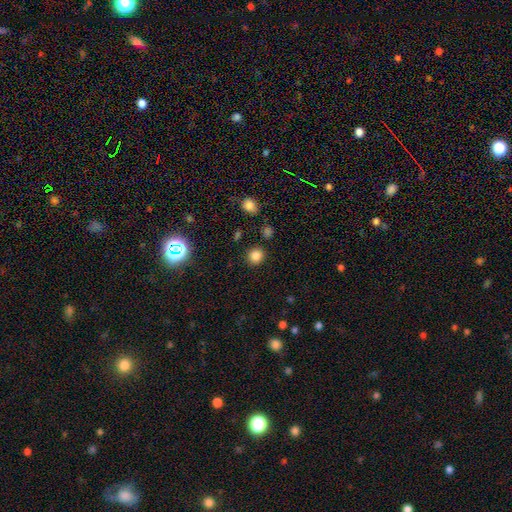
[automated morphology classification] Smooth or featured? smooth (82%)
How rounded? round (85%)
Merging? none (88%)